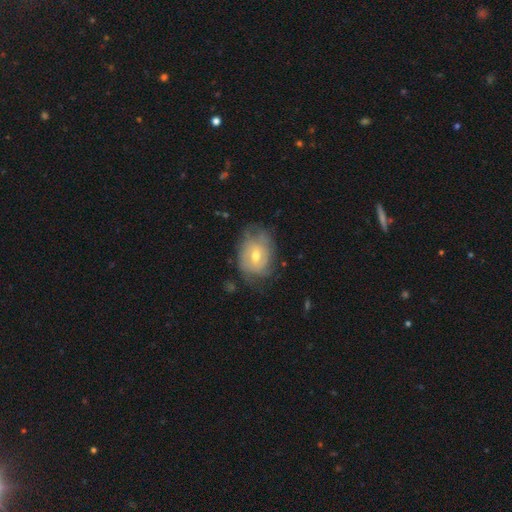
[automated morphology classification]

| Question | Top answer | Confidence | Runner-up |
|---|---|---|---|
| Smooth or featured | featured or disk | 63% | smooth (30%) |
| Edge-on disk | no | 96% | yes (4%) |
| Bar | no | 51% | weak (41%) |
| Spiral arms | yes | 74% | no (26%) |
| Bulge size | moderate | 65% | small (30%) |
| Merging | none | 58% | minor disturbance (28%) |